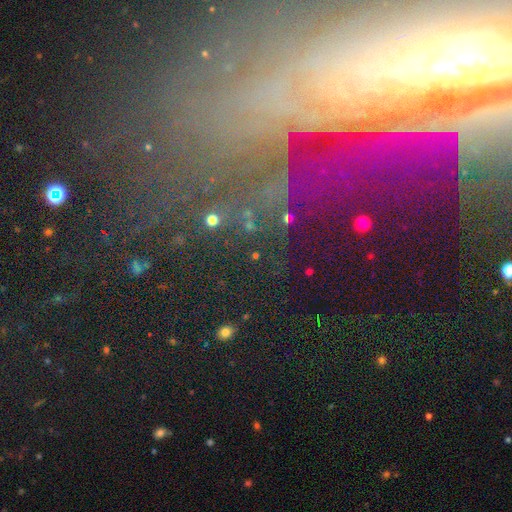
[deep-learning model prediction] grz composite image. It shows a star or artifact, not a galaxy (50%).